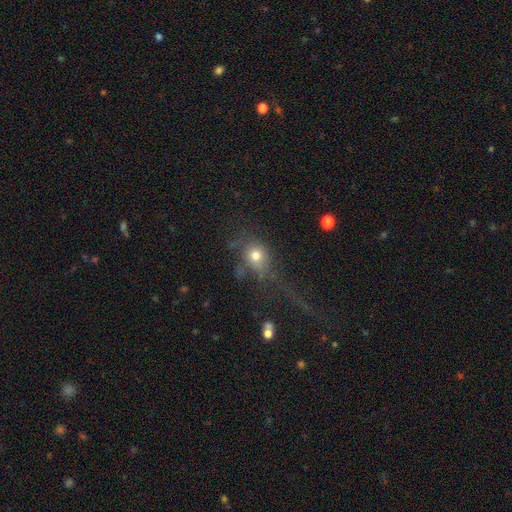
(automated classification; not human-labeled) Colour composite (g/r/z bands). It shows a smooth galaxy with no disk features (70%) that is round (64%). Merging: none (41%).